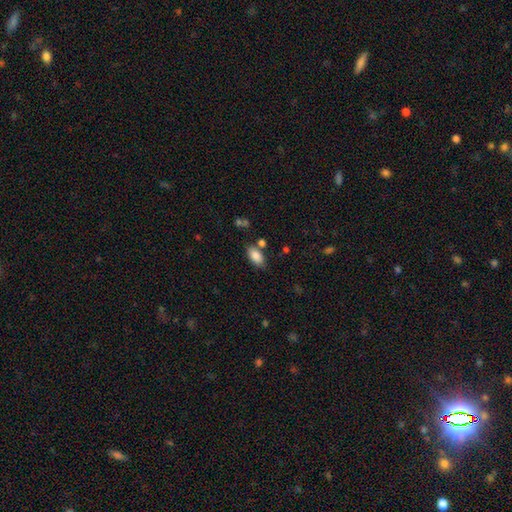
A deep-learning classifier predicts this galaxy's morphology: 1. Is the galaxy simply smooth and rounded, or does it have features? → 86% smooth, 8% star or artifact, 6% featured or disk.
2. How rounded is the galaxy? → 93% in between, 4% round, 4% cigar-shaped.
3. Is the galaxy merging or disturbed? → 75% none, 13% minor disturbance, 8% merger, 4% major disturbance.